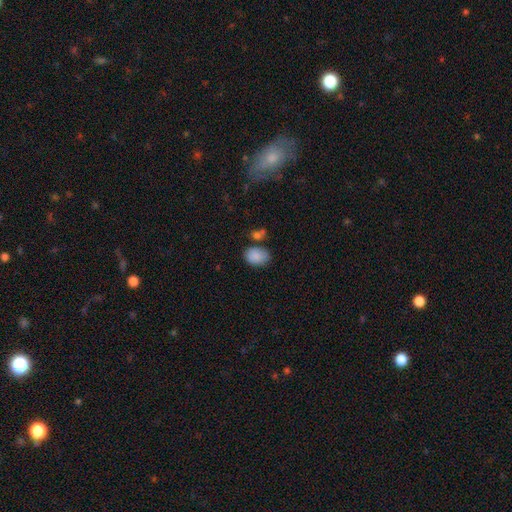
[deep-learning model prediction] A smooth galaxy with no disk features (87%) that is in between round and cigar-shaped (75%). Merging: none (67%).